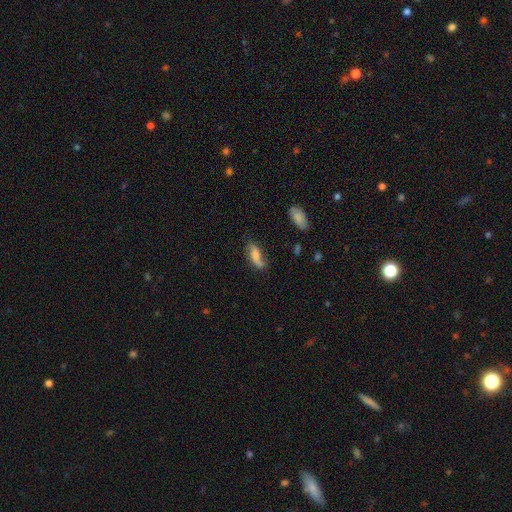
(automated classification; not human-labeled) This is possibly a smooth galaxy (56%). How rounded: likely in between (68%). Merging: possibly none (59%).